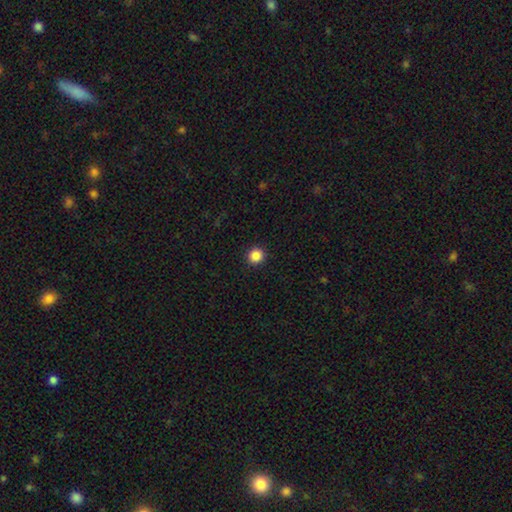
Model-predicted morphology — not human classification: Smooth or featured?
  - smooth: 87% *
  - star or artifact: 10%
  - featured or disk: 3%
How rounded?
  - round: 93% *
  - in between: 6%
  - cigar-shaped: 1%
Merging?
  - none: 93% *
  - minor disturbance: 5%
  - major disturbance: 2%
  - merger: 1%